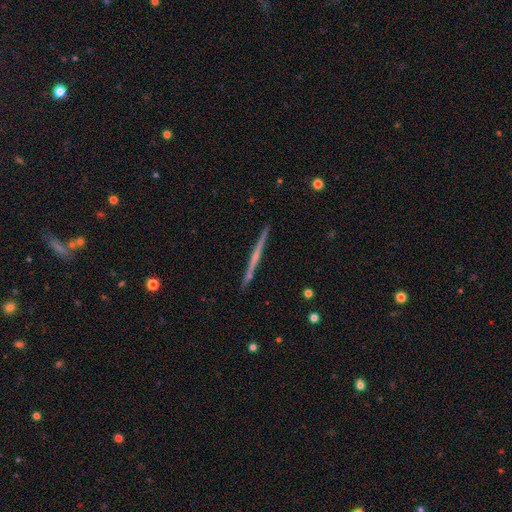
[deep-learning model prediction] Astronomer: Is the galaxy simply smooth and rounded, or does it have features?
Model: featured or disk — 66%.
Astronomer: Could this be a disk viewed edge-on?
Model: yes — 98%.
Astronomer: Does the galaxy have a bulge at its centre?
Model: none — 80%.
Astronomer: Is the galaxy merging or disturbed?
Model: none — 91%.